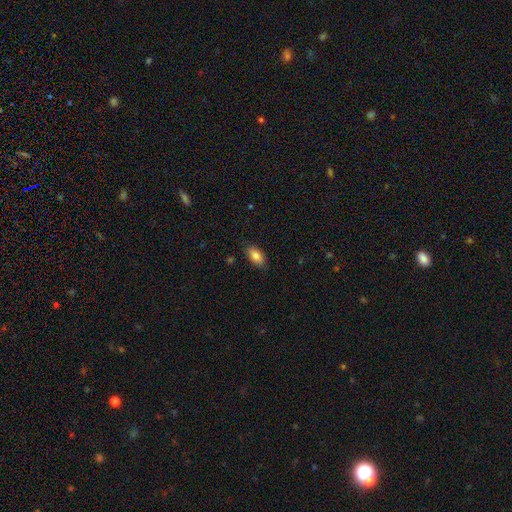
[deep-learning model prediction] Smooth or featured?
  - smooth: 84% *
  - featured or disk: 9%
  - star or artifact: 7%
How rounded?
  - in between: 92% *
  - cigar-shaped: 4%
  - round: 4%
Merging?
  - none: 84% *
  - minor disturbance: 12%
  - major disturbance: 2%
  - merger: 1%